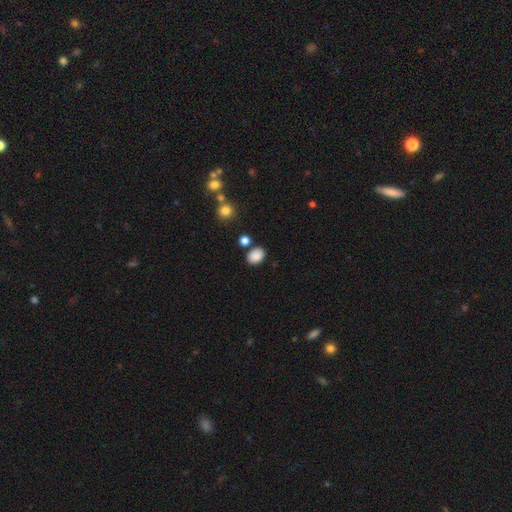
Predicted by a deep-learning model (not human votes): Smooth or featured? smooth (87%)
How rounded? in between (73%)
Merging? none (79%)